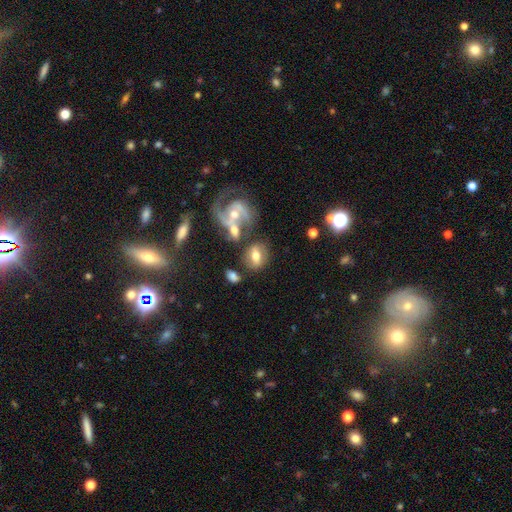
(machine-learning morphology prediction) smooth-or-featured: smooth: 50% | featured or disk: 42% | star or artifact: 9%
  merging: none: 56% | merger: 22% | minor disturbance: 15% | major disturbance: 7%